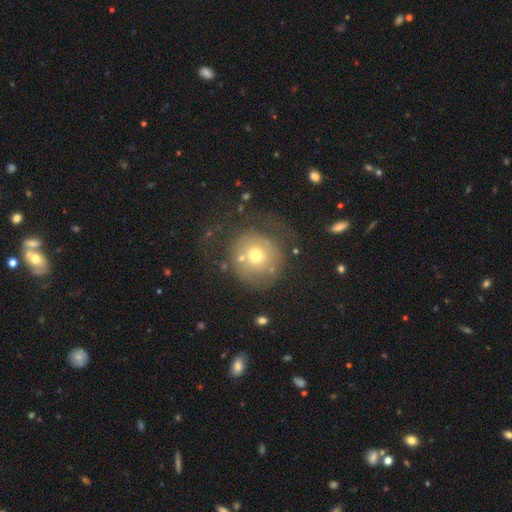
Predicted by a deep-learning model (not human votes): Overall: smooth (55%; featured or disk 34%). How rounded: round (89%). Merging: none (52%; major disturbance 25%).